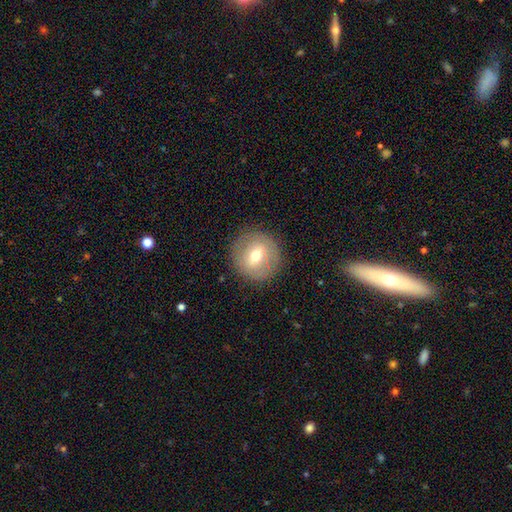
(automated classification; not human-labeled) Smooth or featured? Predicted: smooth (p=0.54). How rounded? Predicted: round (p=0.91). Merging? Predicted: none (p=0.87).